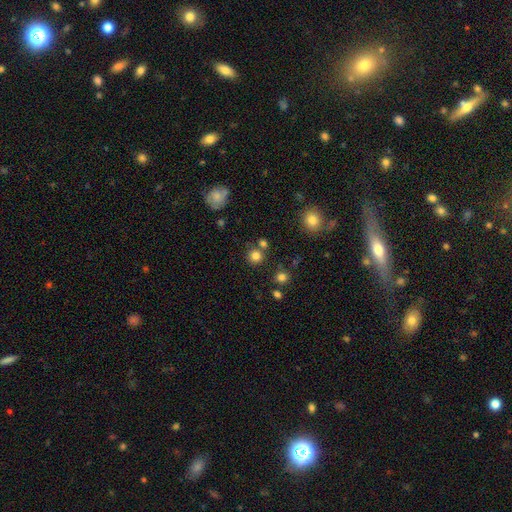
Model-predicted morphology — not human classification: This is likely a smooth galaxy (80%). How rounded: clearly round (92%). Merging: likely none (75%).